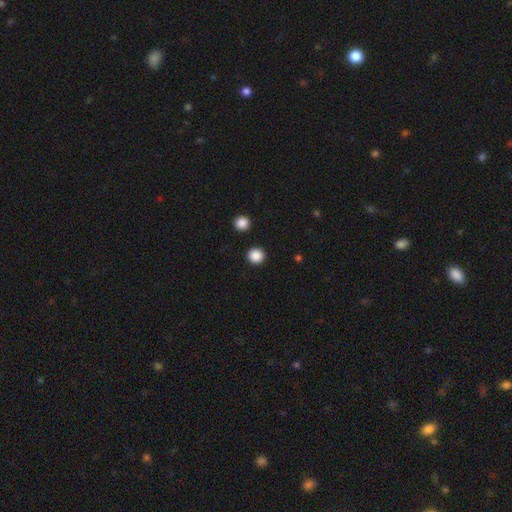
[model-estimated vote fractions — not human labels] A smooth galaxy with no disk features (88%) that is round (93%).

Vote fractions:
- Smooth or featured? smooth: 88% / star or artifact: 9% / featured or disk: 2%
- How rounded? round: 93% / in between: 7% / cigar-shaped: 1%
- Merging? none: 92% / minor disturbance: 4% / major disturbance: 2% / merger: 2%